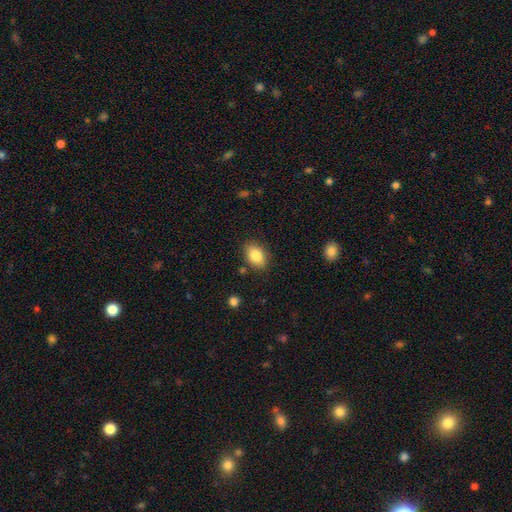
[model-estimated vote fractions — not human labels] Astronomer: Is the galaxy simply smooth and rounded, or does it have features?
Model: smooth — 85%.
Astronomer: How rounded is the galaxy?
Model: in between — 85%.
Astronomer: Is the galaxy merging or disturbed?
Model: none — 84%.